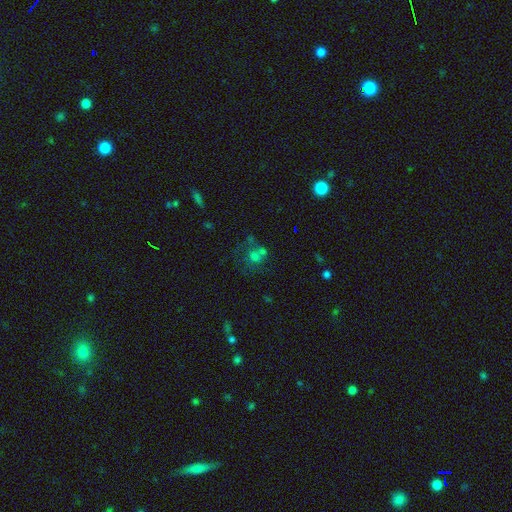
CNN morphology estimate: Overall: smooth (52%; featured or disk 26%). How rounded: round (68%; in between 31%). Merging: none (36%; merger 34%).